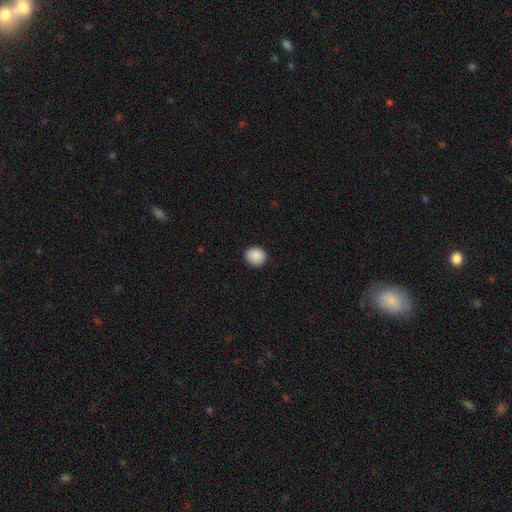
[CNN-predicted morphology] This appears to be a smooth galaxy with no disk features (89%) that is round (79%). Merging: none (89%).